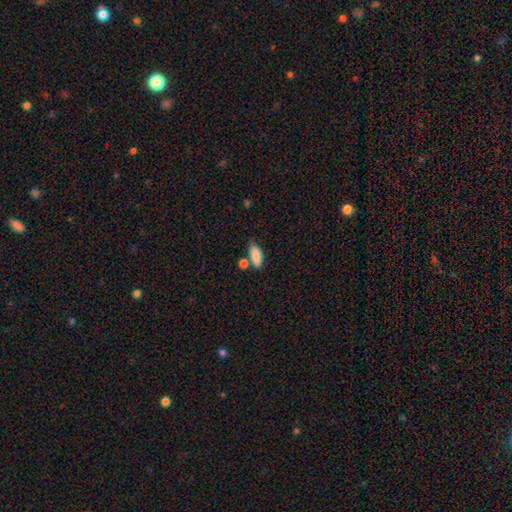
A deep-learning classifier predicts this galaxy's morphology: A smooth galaxy with no disk features (86%) that is in between round and cigar-shaped (75%). Merging: none (57%).